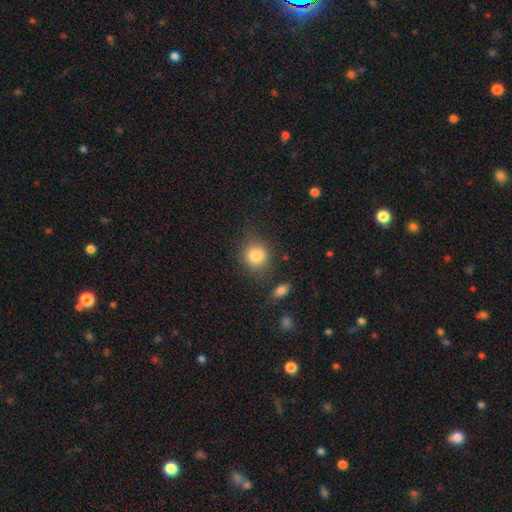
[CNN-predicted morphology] A smooth galaxy with no disk features (83%) that is round (73%). Merging: none (74%).